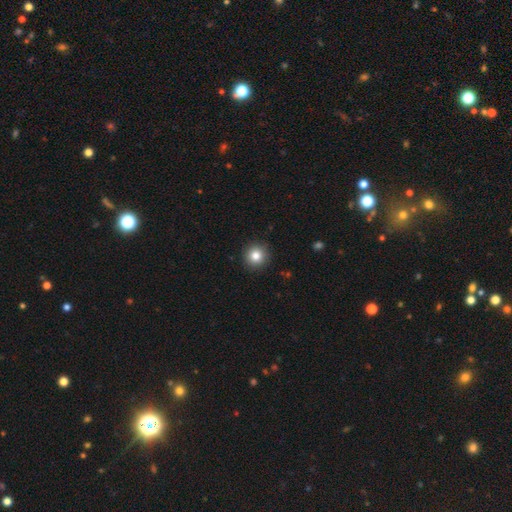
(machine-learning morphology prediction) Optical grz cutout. It shows a smooth galaxy with no disk features (82%) that is round (94%). Merging: none (92%).